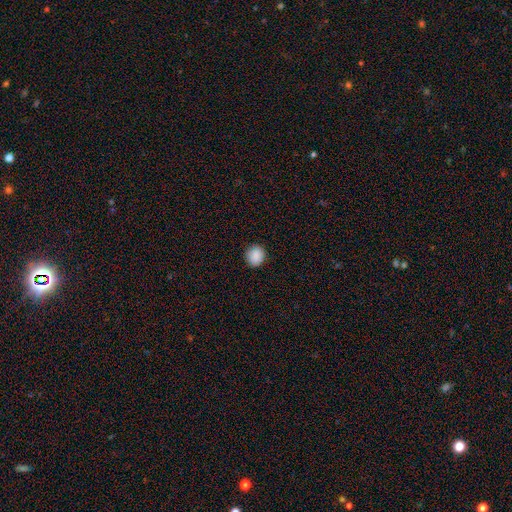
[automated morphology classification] Q: Smooth or featured?
A: smooth (89%); runner-up: star or artifact (8%)
Q: How rounded?
A: round (80%); runner-up: in between (19%)
Q: Merging?
A: none (89%); runner-up: minor disturbance (8%)